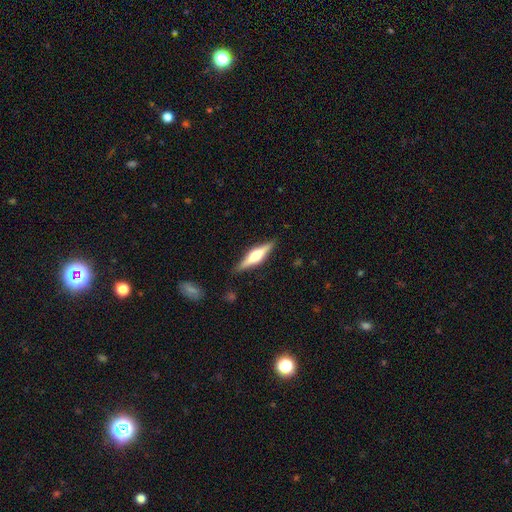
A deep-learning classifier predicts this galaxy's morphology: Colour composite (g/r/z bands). It shows a featured or disk galaxy (67%) viewed edge-on (97%) with a rounded central bulge (91%). Merging: none (89%).